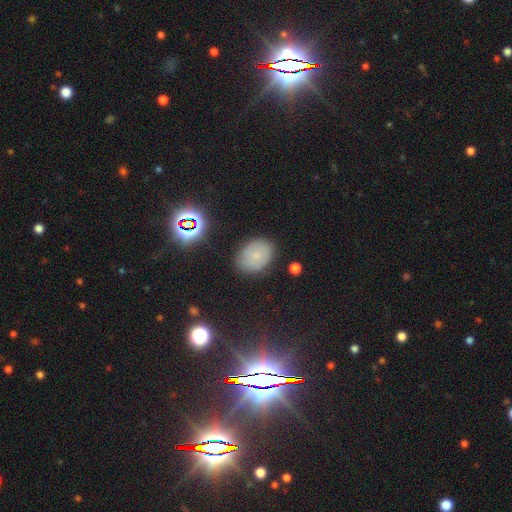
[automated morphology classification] Q: Smooth or featured?
A: smooth (68%); runner-up: featured or disk (17%)
Q: How rounded?
A: in between (72%); runner-up: round (27%)
Q: Merging?
A: none (84%); runner-up: minor disturbance (12%)